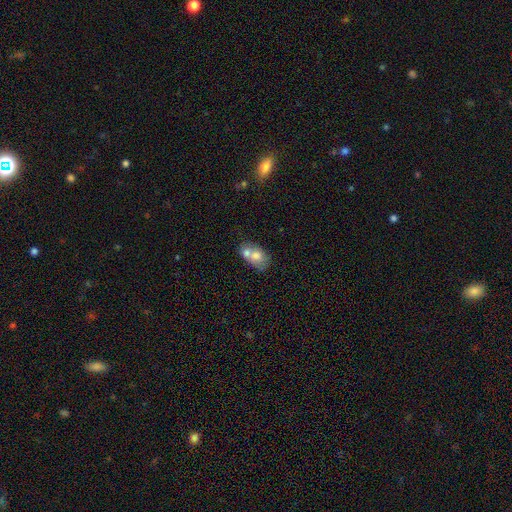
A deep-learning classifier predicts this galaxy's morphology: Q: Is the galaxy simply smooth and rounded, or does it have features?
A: smooth — 65%.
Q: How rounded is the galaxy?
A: in between — 77%.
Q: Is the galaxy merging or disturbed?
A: merger — 59%.